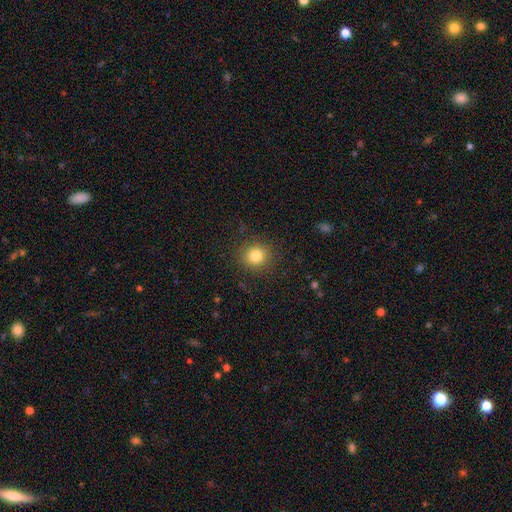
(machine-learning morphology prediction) This is clearly a smooth galaxy (82%). How rounded: clearly round (83%). Merging: clearly none (88%).